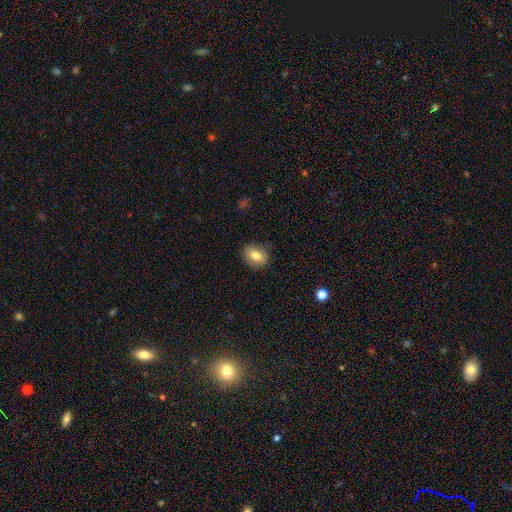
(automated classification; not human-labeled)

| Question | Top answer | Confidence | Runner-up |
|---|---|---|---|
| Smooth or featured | smooth | 77% | featured or disk (15%) |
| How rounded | in between | 58% | round (41%) |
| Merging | none | 84% | minor disturbance (12%) |